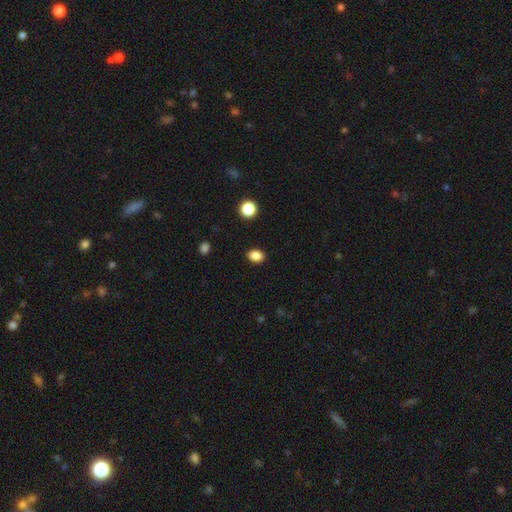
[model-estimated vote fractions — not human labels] Smooth or featured: smooth — 87% (star or artifact — 10%)
How rounded: in between — 66% (round — 33%)
Merging: none — 89% (minor disturbance — 8%)